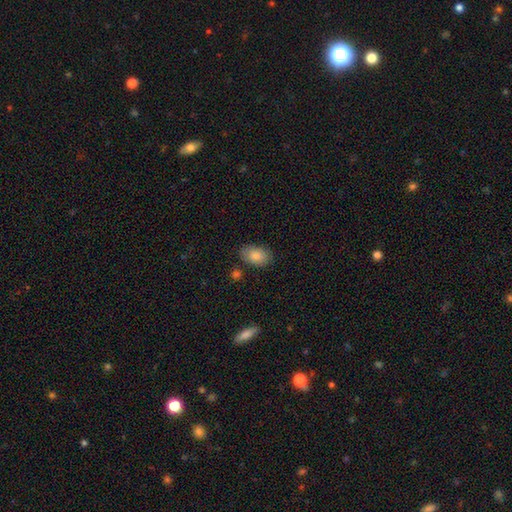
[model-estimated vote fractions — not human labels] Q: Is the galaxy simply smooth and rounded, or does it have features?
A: smooth — 84%.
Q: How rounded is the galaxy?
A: in between — 90%.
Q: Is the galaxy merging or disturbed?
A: none — 82%.